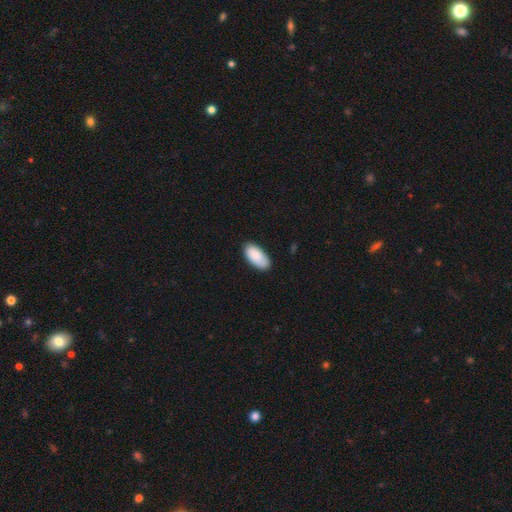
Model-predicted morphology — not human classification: The model was most divided on "merging": none: 80%, minor disturbance: 16%, major disturbance: 2%, merger: 1%. More confident: how rounded — in between (94%); smooth or featured — smooth (89%).